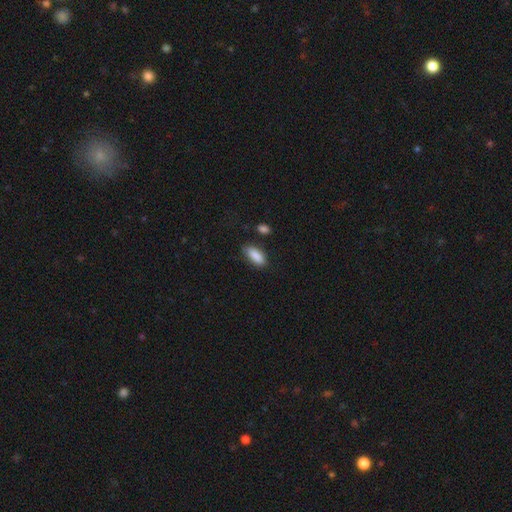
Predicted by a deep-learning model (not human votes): Q: Smooth or featured?
A: smooth (88%); runner-up: star or artifact (6%)
Q: How rounded?
A: in between (79%); runner-up: cigar-shaped (19%)
Q: Merging?
A: none (77%); runner-up: minor disturbance (16%)